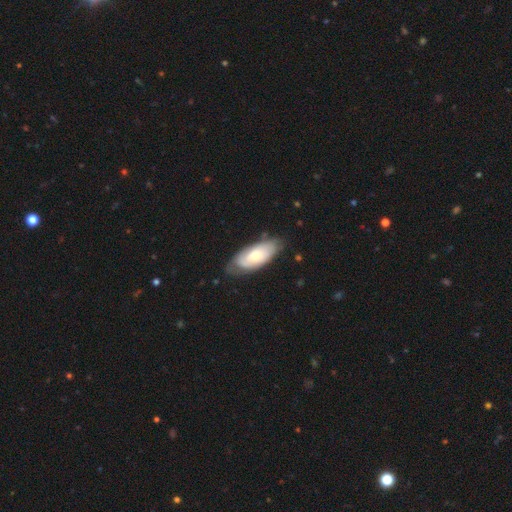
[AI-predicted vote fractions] This appears to be a smooth galaxy with no disk features (57%) that is in between round and cigar-shaped (85%). Merging: none (64%).